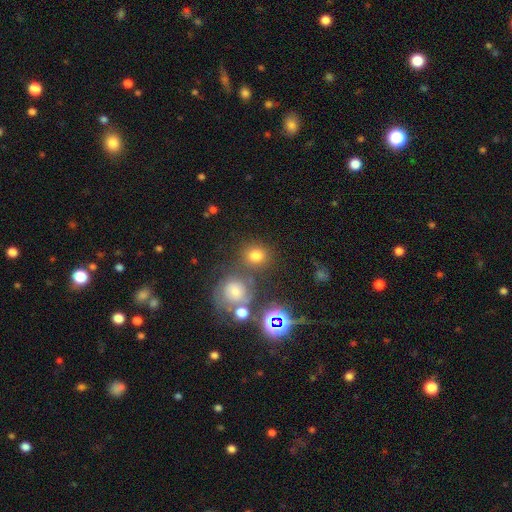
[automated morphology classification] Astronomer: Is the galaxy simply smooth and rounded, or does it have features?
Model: smooth — 71%.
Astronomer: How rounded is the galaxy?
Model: round — 82%.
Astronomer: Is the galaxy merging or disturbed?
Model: none — 69%.